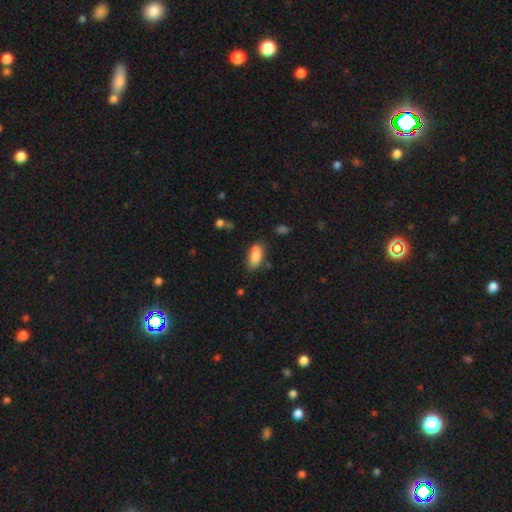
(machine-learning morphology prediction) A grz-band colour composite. It shows a smooth galaxy with no disk features (82%) that is in between round and cigar-shaped (88%). Merging: none (71%).